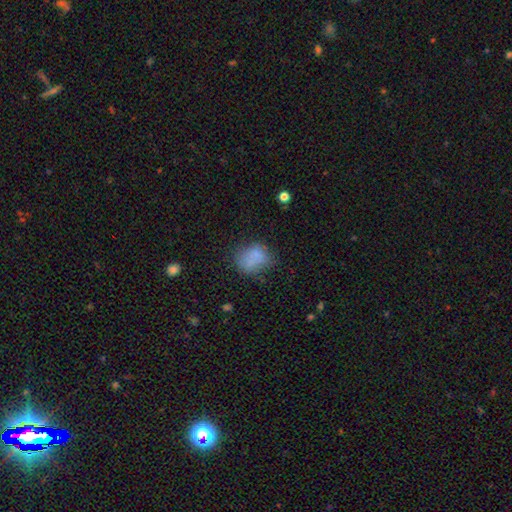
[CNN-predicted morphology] type=smooth (74%); roundness=in between (51%); merging=none (51%).